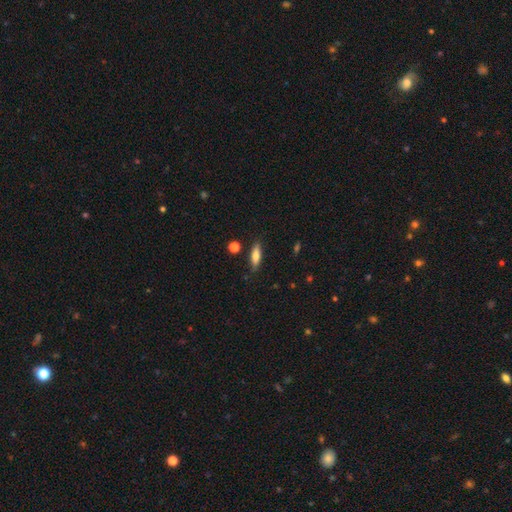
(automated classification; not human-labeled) A smooth galaxy with no disk features (74%) that is cigar-shaped (54%). Merging: none (82%).